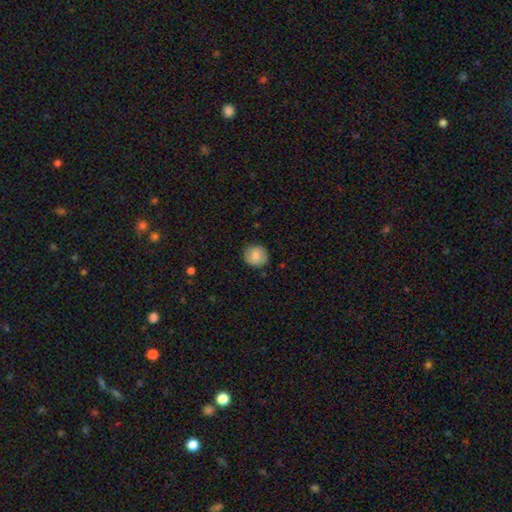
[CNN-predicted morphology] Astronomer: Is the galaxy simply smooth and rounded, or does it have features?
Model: smooth — 78%.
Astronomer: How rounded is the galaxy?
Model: round — 90%.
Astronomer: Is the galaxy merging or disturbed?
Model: none — 85%.